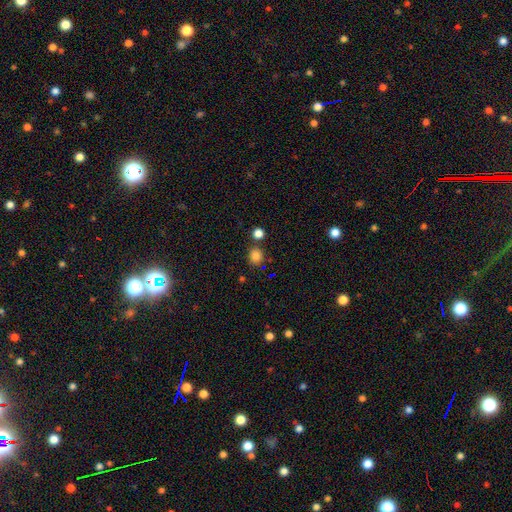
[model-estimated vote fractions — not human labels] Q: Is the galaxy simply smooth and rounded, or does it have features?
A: smooth — 83%.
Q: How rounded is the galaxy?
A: round — 76%.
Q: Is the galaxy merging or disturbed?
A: none — 79%.